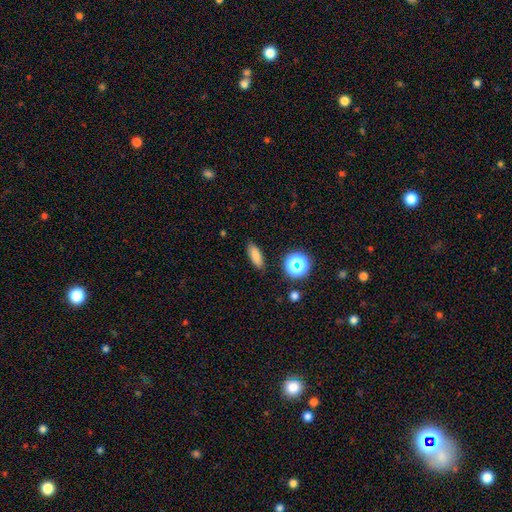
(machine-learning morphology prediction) Smooth or featured? Predicted: smooth (p=0.79). How rounded? Predicted: in between (p=0.58). Merging? Predicted: none (p=0.87).